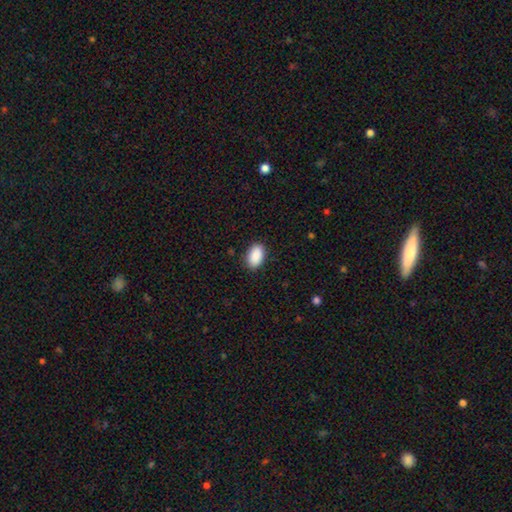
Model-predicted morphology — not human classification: Smooth or featured?
  - smooth: 91% *
  - star or artifact: 7%
  - featured or disk: 3%
How rounded?
  - in between: 92% *
  - round: 6%
  - cigar-shaped: 1%
Merging?
  - none: 88% *
  - minor disturbance: 9%
  - major disturbance: 2%
  - merger: 1%